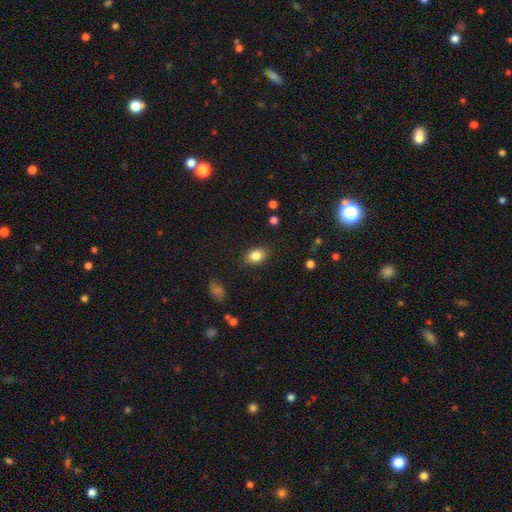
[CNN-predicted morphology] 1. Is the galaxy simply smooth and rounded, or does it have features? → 84% smooth, 9% star or artifact, 7% featured or disk.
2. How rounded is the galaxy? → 75% in between, 24% round, 1% cigar-shaped.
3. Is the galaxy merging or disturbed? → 84% none, 11% minor disturbance, 3% major disturbance, 1% merger.